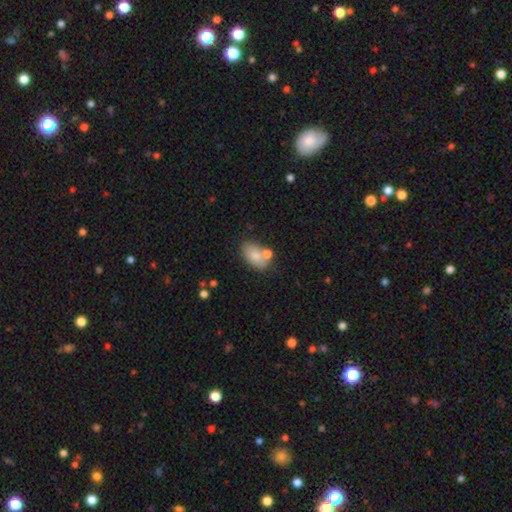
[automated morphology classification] Smooth or featured? Predicted: smooth (p=0.77). How rounded? Predicted: in between (p=0.90). Merging? Predicted: none (p=0.61).